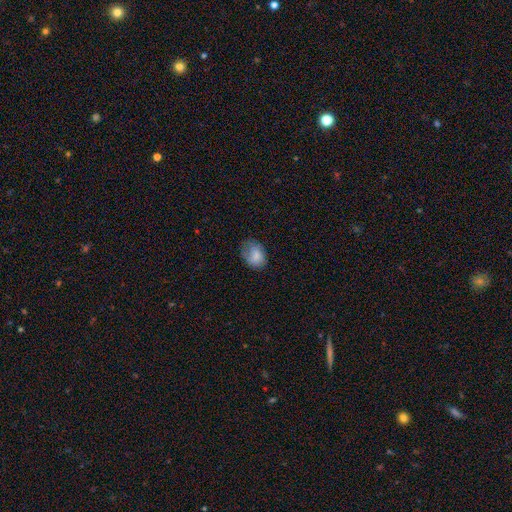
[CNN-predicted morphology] Smooth or featured? smooth (79%)
How rounded? in between (72%)
Merging? none (56%)